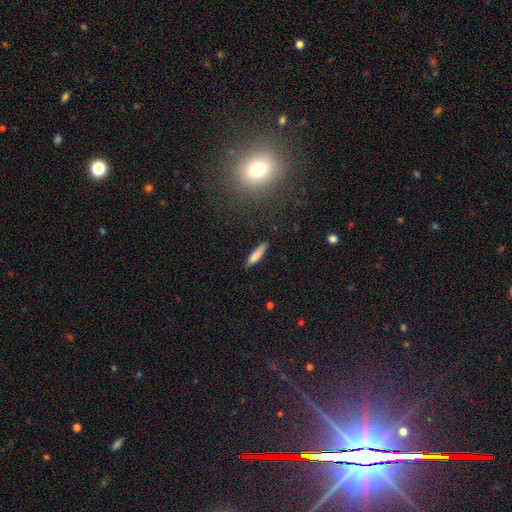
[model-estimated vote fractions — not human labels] Smooth or featured? Predicted: smooth (p=0.82). How rounded? Predicted: cigar-shaped (p=0.80). Merging? Predicted: none (p=0.83).